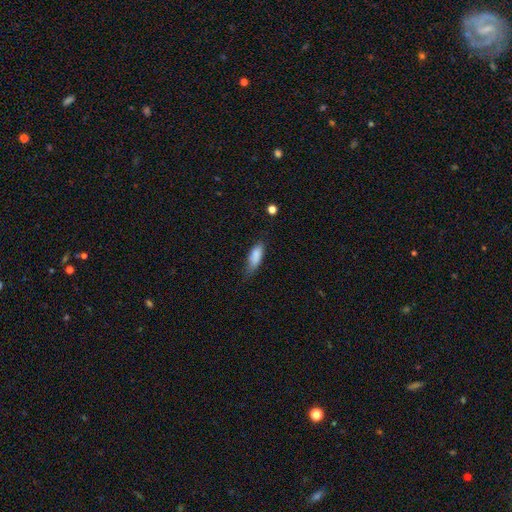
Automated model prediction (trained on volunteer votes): A smooth galaxy with no disk features (85%) that is in between round and cigar-shaped (69%). Merging: none (48%).